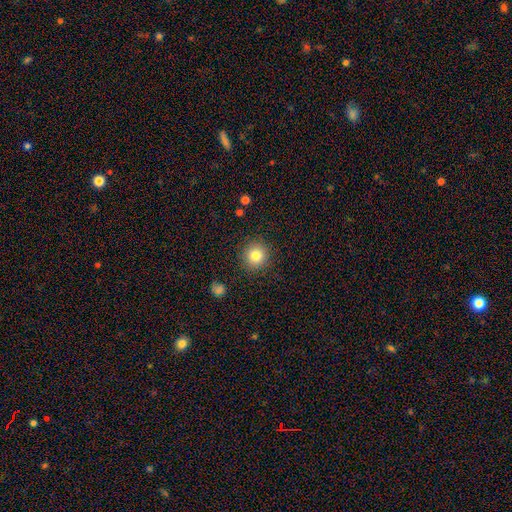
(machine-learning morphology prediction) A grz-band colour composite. It shows a smooth galaxy with no disk features (82%) that is round (92%). Merging: none (89%).